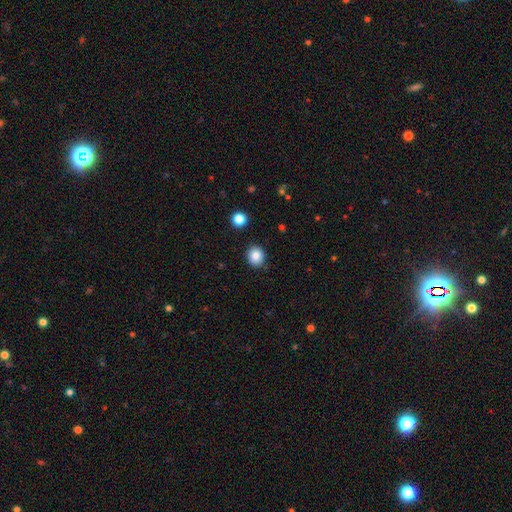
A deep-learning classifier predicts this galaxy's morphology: Smooth or featured? Predicted: smooth (p=0.85). How rounded? Predicted: round (p=0.81). Merging? Predicted: none (p=0.88).